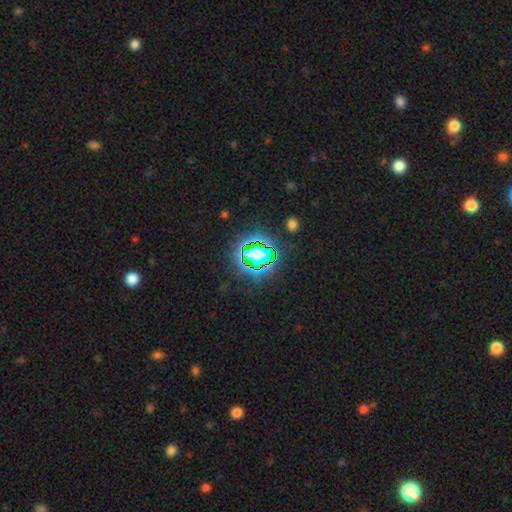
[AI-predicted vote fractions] Smooth or featured? Predicted: star or artifact (p=0.79).